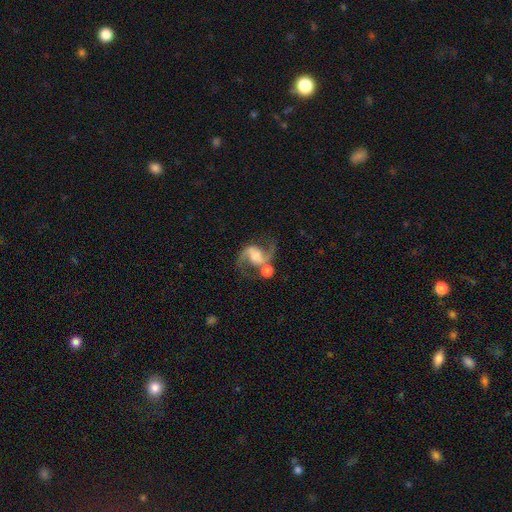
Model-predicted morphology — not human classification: Overall: featured or disk (86%). Edge-on disk: no (98%). Bar: no (48%; weak 37%). Spiral arms: yes (96%). Spiral arm count: 2 (92%). Spiral winding: loose (59%; medium 36%). Bulge size: none (31%; moderate 23%). Merging: none (50%; merger 25%).